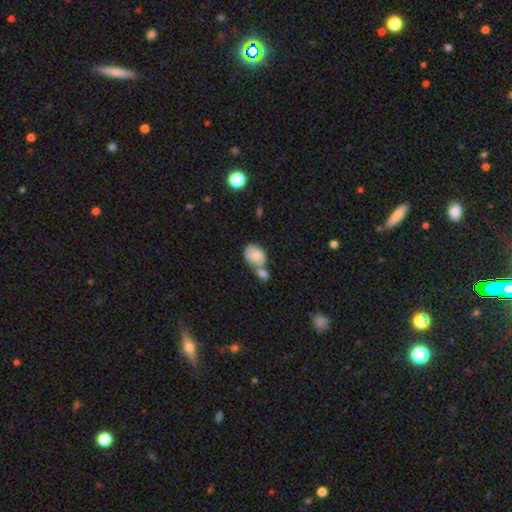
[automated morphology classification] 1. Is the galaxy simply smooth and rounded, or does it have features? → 65% smooth, 27% featured or disk, 7% star or artifact.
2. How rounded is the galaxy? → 67% in between, 31% round, 1% cigar-shaped.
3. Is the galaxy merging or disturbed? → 59% merger, 23% none, 12% minor disturbance, 6% major disturbance.